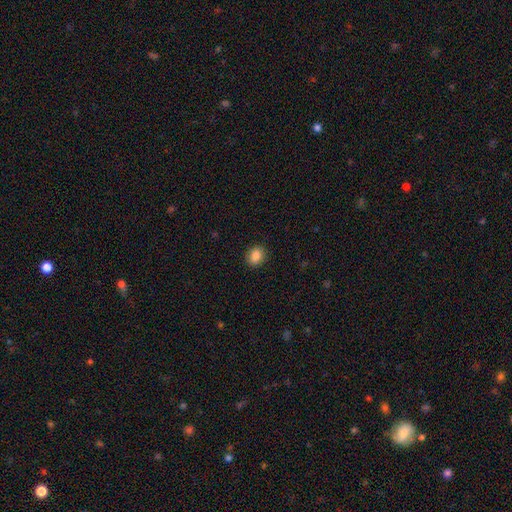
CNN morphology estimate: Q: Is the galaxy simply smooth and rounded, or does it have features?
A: smooth — 87%.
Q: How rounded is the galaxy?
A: round — 51%.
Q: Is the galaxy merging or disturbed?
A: none — 90%.